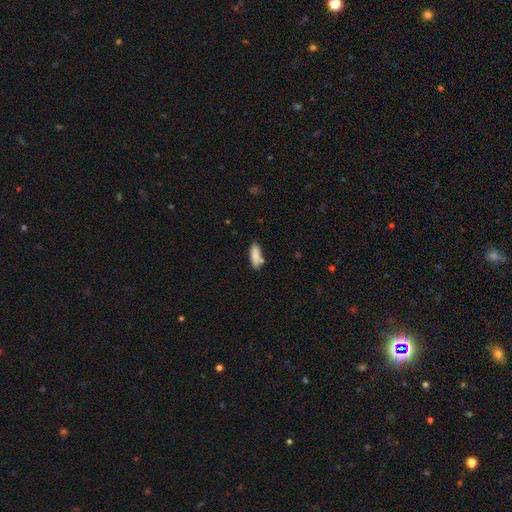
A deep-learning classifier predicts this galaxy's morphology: This appears to be a smooth galaxy with no disk features (86%) that is in between round and cigar-shaped (63%). Merging: none (72%).